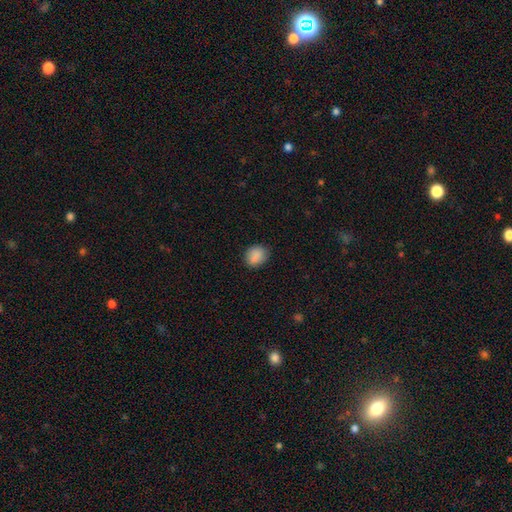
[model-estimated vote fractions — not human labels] Morphology: type=smooth (88%); roundness=round (57%); merging=none (85%).